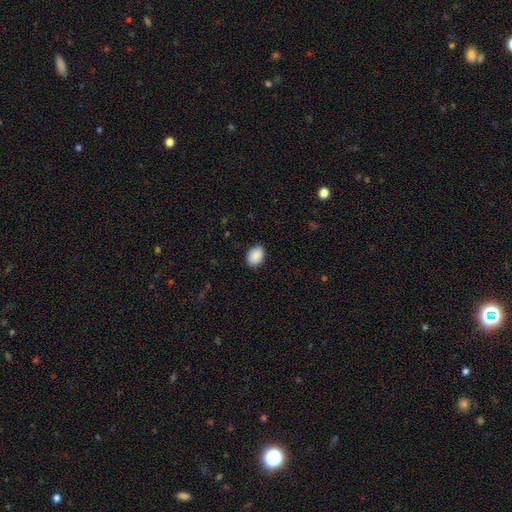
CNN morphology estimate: The model was most divided on "how rounded": in between: 75%, round: 24%, cigar-shaped: 1%. More confident: smooth or featured — smooth (90%); merging — none (89%).